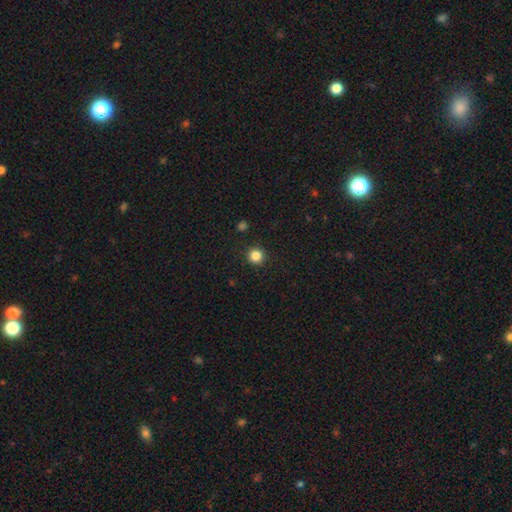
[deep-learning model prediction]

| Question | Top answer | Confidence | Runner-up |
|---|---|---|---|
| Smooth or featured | smooth | 84% | star or artifact (12%) |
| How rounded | round | 95% | in between (5%) |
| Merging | none | 92% | minor disturbance (5%) |